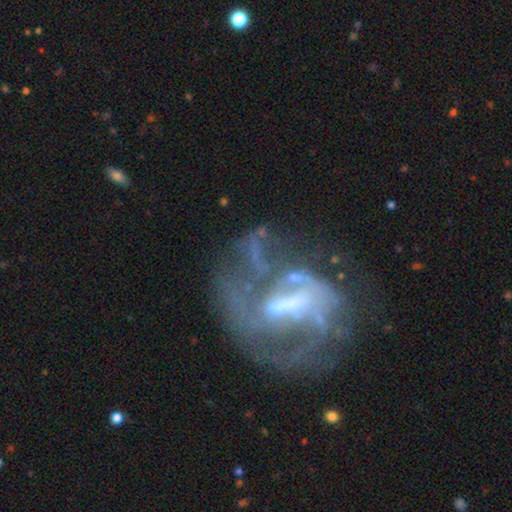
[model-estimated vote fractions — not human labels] This appears to be a featured or disk galaxy (79%) with a weak bar (39%), medium (40%) spiral arms (68%) and a moderate central bulge (36%). Merging: major disturbance (43%).